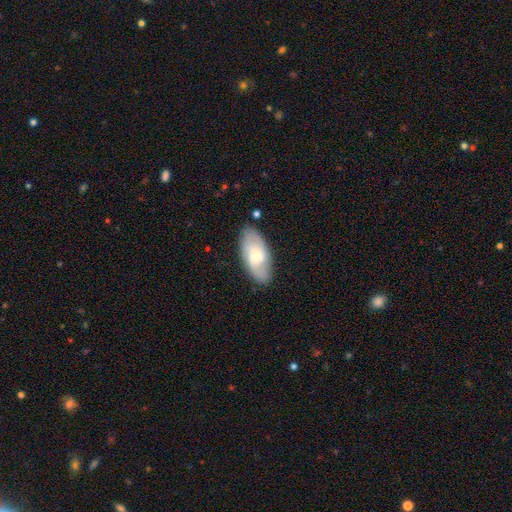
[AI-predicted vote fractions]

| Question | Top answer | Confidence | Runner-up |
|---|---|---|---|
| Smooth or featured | featured or disk | 52% | smooth (42%) |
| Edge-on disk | no | 91% | yes (9%) |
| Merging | none | 79% | minor disturbance (15%) |